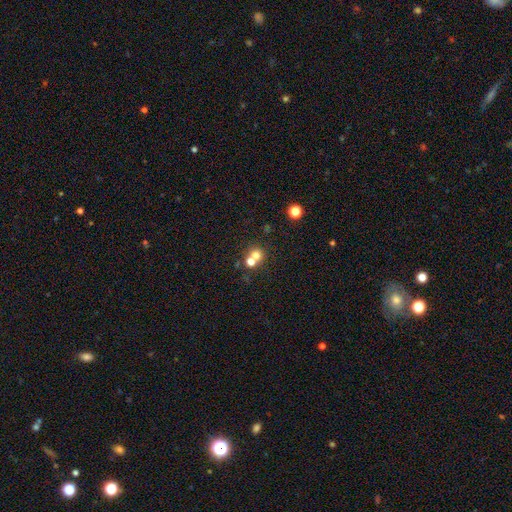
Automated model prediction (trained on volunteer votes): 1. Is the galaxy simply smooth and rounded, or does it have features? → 69% smooth, 17% star or artifact, 14% featured or disk.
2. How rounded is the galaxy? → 86% round, 13% in between, 1% cigar-shaped.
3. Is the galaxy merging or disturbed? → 47% merger, 45% none, 6% minor disturbance, 3% major disturbance.